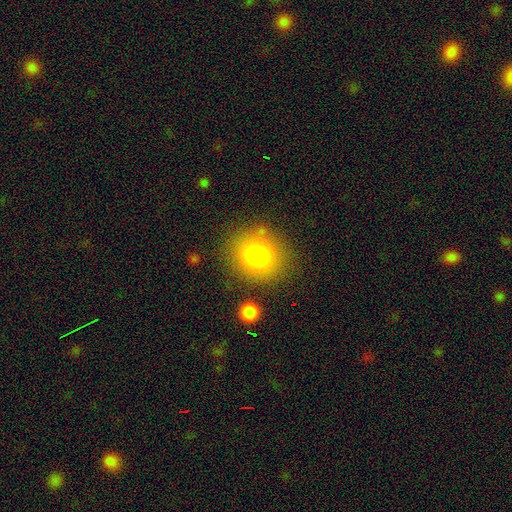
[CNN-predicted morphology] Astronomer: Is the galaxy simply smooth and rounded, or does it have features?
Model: smooth — 77%.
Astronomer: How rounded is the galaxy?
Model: round — 81%.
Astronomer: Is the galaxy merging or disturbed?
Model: none — 85%.